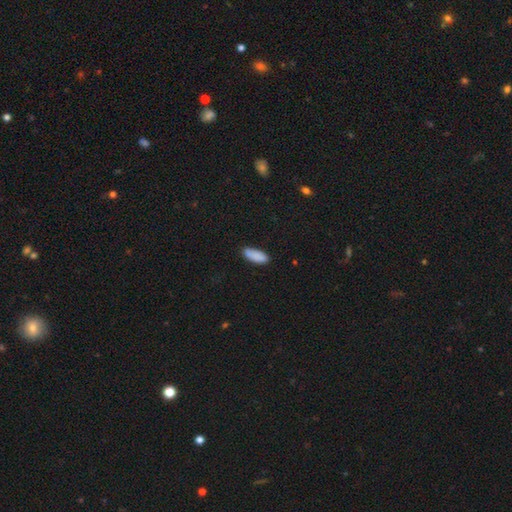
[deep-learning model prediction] Overall: smooth (89%). How rounded: in between (73%). Merging: none (79%).